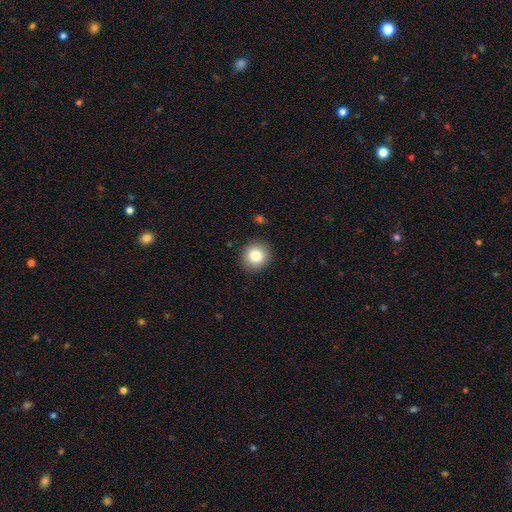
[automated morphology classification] This is clearly a smooth galaxy (82%). How rounded: clearly round (86%). Merging: clearly none (90%).